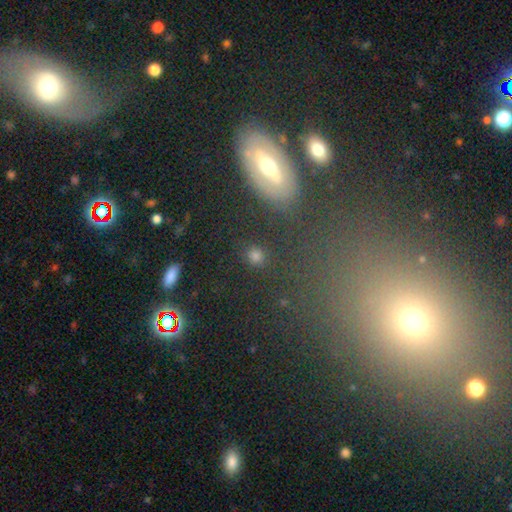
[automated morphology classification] smooth_or_featured: smooth (p=0.46) [alt: featured or disk p=0.27]
merging: none (p=0.80) [alt: minor disturbance p=0.11]